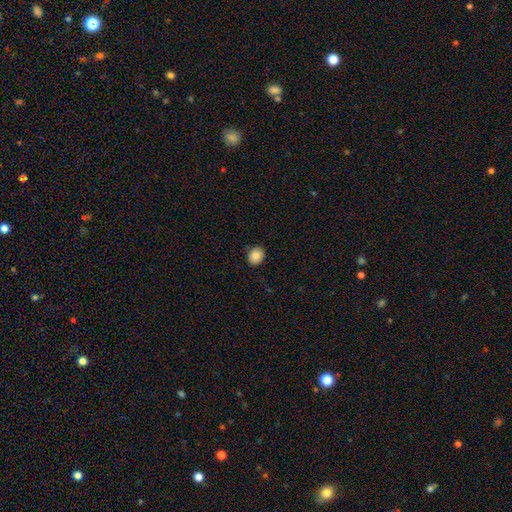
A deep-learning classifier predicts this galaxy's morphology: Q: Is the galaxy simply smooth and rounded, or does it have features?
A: smooth — 87%.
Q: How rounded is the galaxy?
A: round — 61%.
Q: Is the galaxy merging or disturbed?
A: none — 87%.